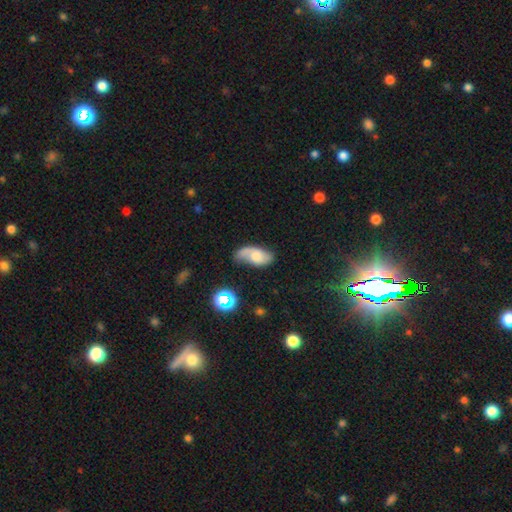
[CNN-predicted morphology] Smooth or featured?
  - featured or disk: 53% *
  - smooth: 38%
  - star or artifact: 9%
Edge-on disk?
  - no: 94% *
  - yes: 6%
Merging?
  - none: 50% *
  - minor disturbance: 30%
  - major disturbance: 15%
  - merger: 5%